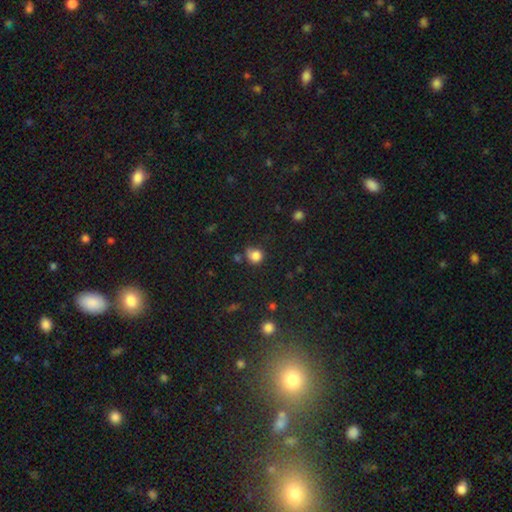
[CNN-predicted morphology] The model was most divided on "merging": none: 56%, minor disturbance: 26%, major disturbance: 10%, merger: 8%. More confident: smooth or featured — smooth (82%); how rounded — round (82%).